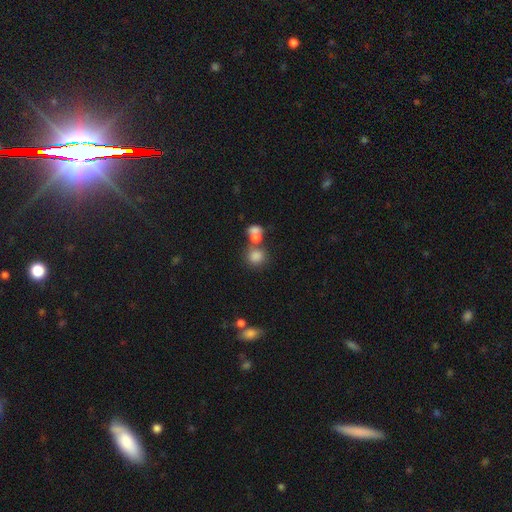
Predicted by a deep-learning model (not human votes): Q: Smooth or featured?
A: smooth (79%); runner-up: star or artifact (12%)
Q: How rounded?
A: round (79%); runner-up: in between (20%)
Q: Merging?
A: none (48%); runner-up: merger (37%)